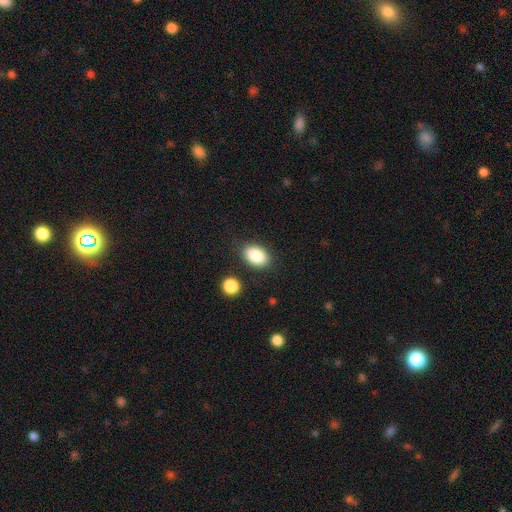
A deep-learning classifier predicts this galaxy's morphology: A smooth galaxy with no disk features (87%) that is in between round and cigar-shaped (86%). Merging: none (84%).